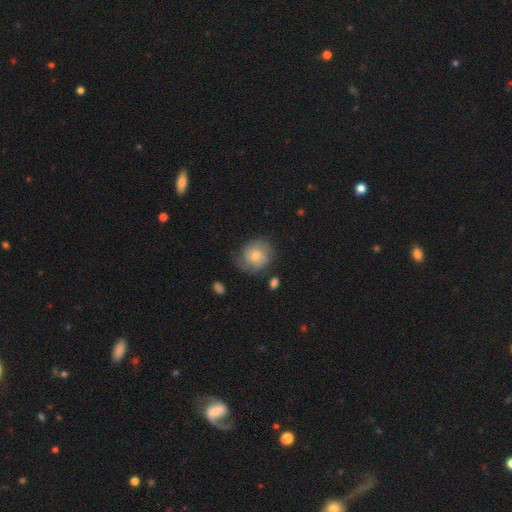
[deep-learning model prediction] smooth_or_featured: smooth (p=0.52) [alt: featured or disk p=0.39]
how_rounded: round (p=0.80) [alt: in between p=0.19]
merging: none (p=0.67) [alt: minor disturbance p=0.23]